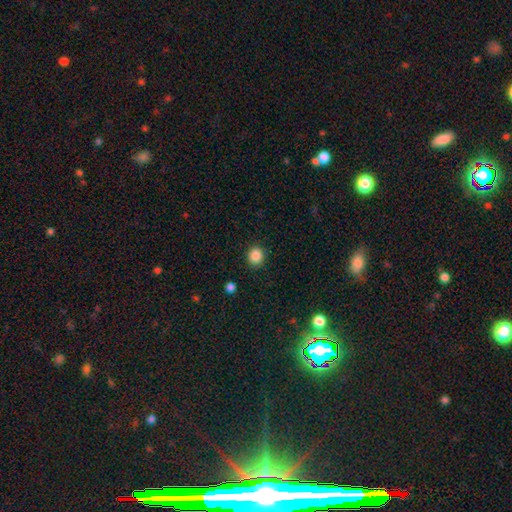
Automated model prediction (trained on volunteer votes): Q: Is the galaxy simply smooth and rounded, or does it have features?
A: smooth — 87%.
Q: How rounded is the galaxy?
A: round — 78%.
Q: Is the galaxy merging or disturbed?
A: none — 89%.